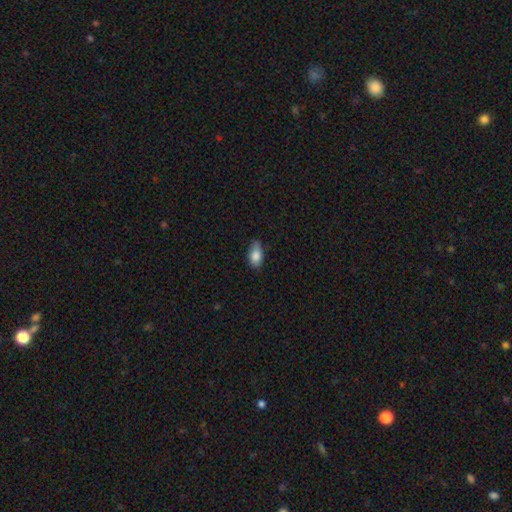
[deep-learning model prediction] Smooth or featured? smooth (83%)
How rounded? in between (89%)
Merging? none (68%)